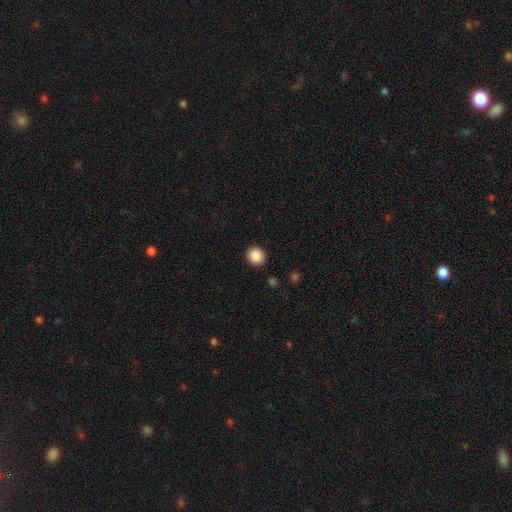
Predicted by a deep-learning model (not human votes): A smooth galaxy with no disk features (88%) that is round (83%). Merging: none (91%).